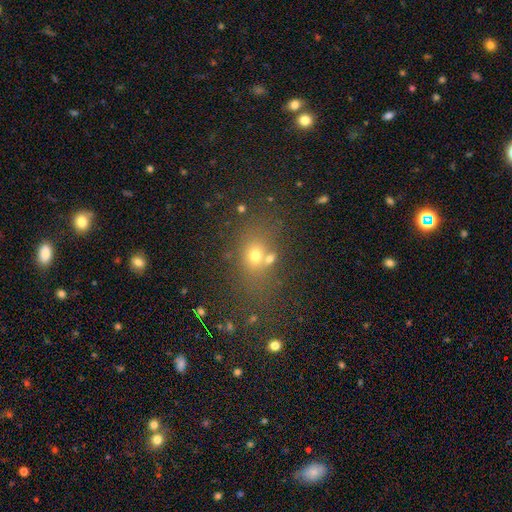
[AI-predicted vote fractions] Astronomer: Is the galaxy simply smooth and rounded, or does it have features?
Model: smooth — 61%.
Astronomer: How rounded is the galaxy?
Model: round — 50% (runner-up: in between, 47%).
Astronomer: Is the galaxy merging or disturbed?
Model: none — 63%.